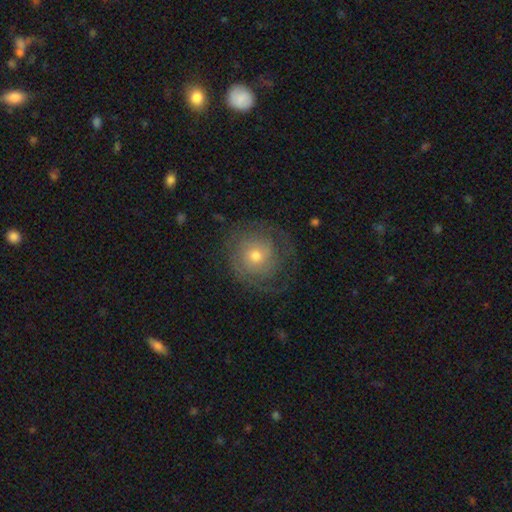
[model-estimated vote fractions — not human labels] Morphology: type=featured or disk (59%); edge-on=no (97%); bar=no (83%); spiral arms=yes (77%); bulge=moderate (56%); merging=none (71%).